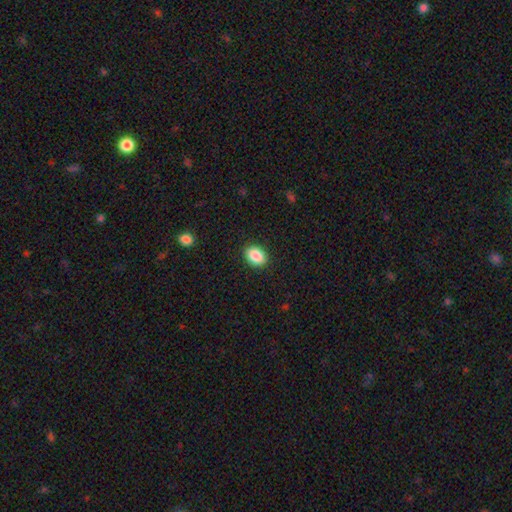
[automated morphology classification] smooth-or-featured: smooth: 88% | star or artifact: 8% | featured or disk: 4%
  how-rounded: in between: 73% | round: 26% | cigar-shaped: 1%
  merging: none: 90% | minor disturbance: 7% | major disturbance: 2% | merger: 1%